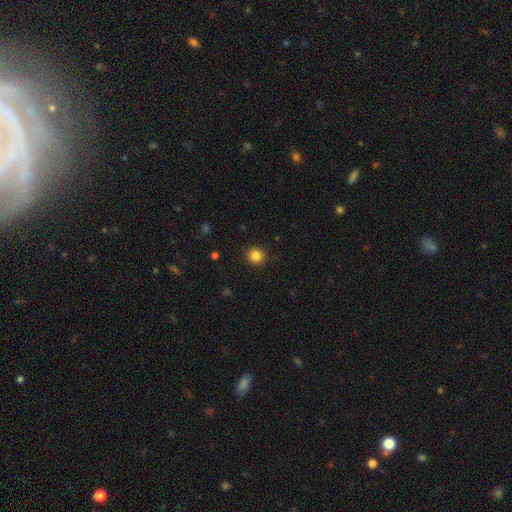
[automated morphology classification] Smooth or featured: smooth — 84% (star or artifact — 12%)
How rounded: round — 93% (in between — 6%)
Merging: none — 91% (minor disturbance — 6%)